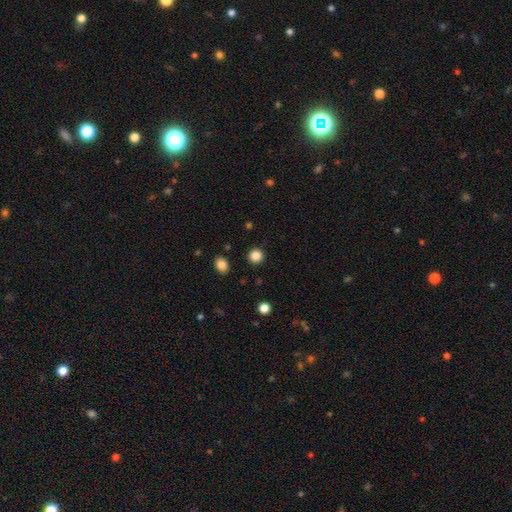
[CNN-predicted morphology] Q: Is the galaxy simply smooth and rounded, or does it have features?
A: smooth — 85%.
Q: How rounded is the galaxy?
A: round — 92%.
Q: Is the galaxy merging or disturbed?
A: none — 91%.